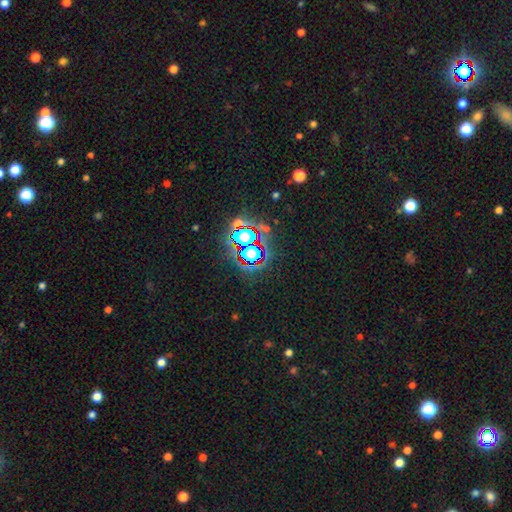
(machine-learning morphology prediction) Smooth or featured? Predicted: star or artifact (p=0.69).